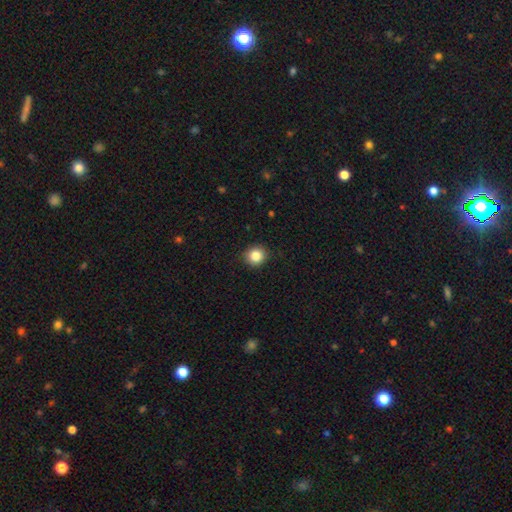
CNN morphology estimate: smooth 86%, star or artifact 10%, featured or disk 4%. Down the decision tree: how rounded — round (90%); merging — none (91%).